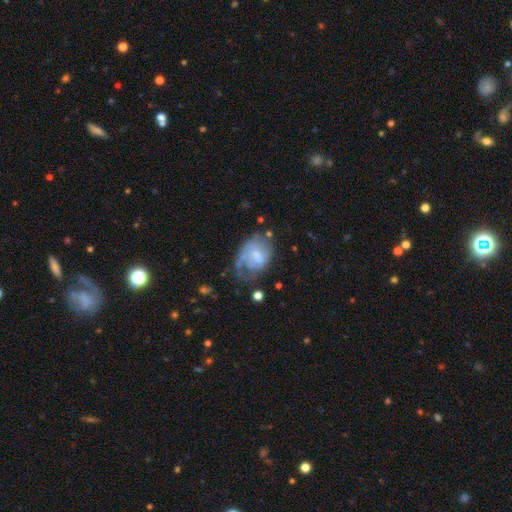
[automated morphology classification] A featured or disk galaxy (51%).

Vote fractions:
- Smooth or featured? featured or disk: 51% / smooth: 41% / star or artifact: 8%
- Edge-on disk? no: 97% / yes: 3%
- Merging? major disturbance: 36% / none: 31% / minor disturbance: 27% / merger: 6%